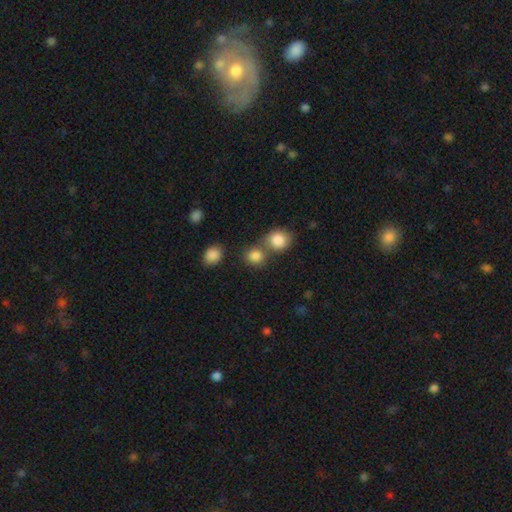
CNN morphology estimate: Overall: smooth (84%). How rounded: round (82%). Merging: none (52%; merger 38%).